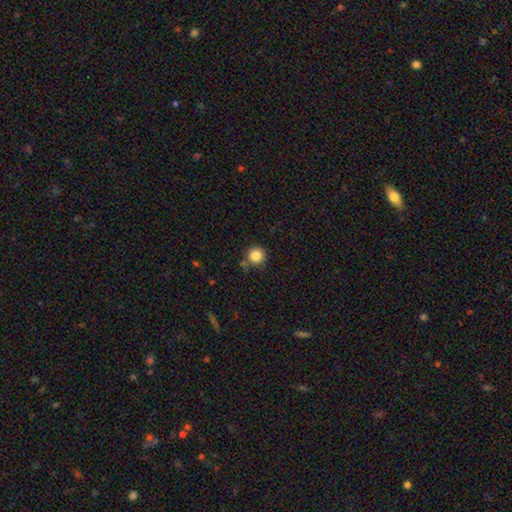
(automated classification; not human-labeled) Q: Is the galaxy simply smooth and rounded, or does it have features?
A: smooth — 84%.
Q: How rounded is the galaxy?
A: round — 95%.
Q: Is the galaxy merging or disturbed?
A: none — 82%.